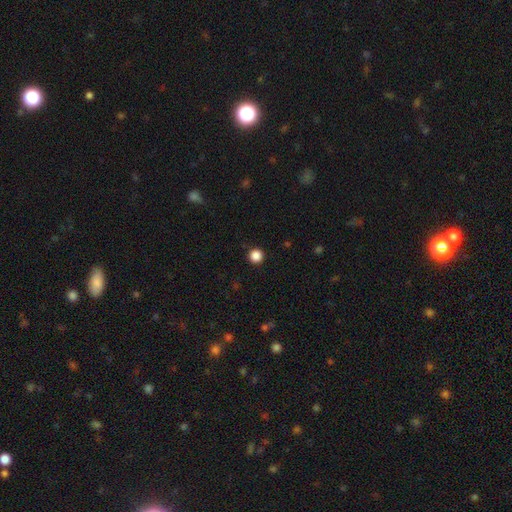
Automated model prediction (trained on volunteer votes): smooth_or_featured: smooth (p=0.86) [alt: star or artifact p=0.11]
how_rounded: round (p=0.96) [alt: in between p=0.03]
merging: none (p=0.93) [alt: minor disturbance p=0.04]